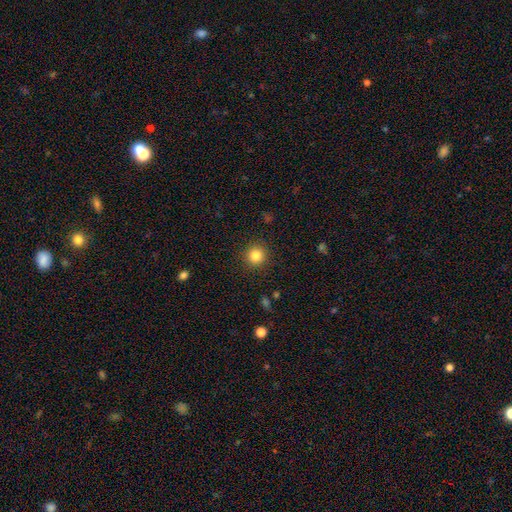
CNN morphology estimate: This appears to be a smooth galaxy with no disk features (84%) that is round (92%). Merging: none (91%).